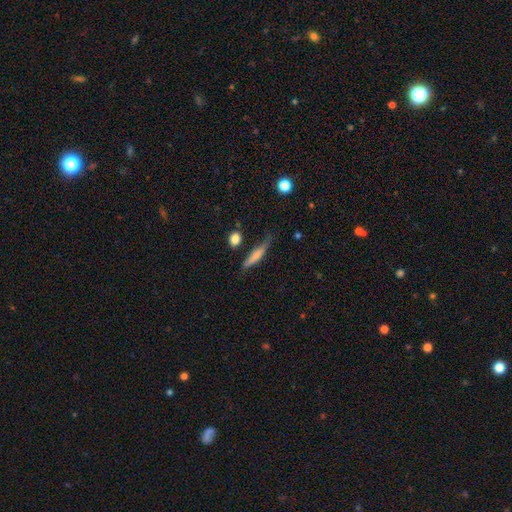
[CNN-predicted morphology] Overall: smooth (66%; featured or disk 27%). How rounded: cigar-shaped (85%). Merging: none (61%; minor disturbance 27%).